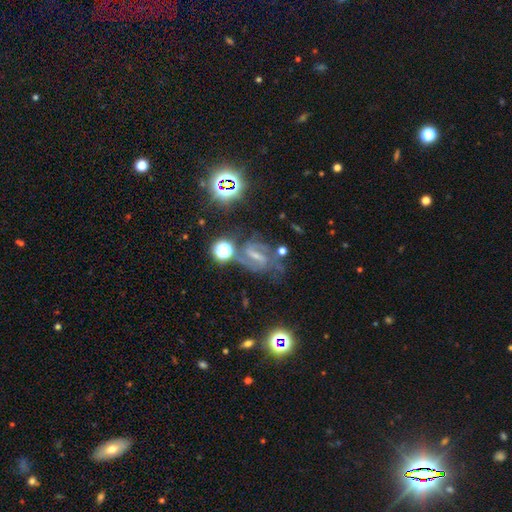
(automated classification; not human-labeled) A featured or disk galaxy (77%) with a strong bar (54%), 2 (81%) medium (55%) spiral arms (94%) and a small central bulge (53%). Merging: none (59%).